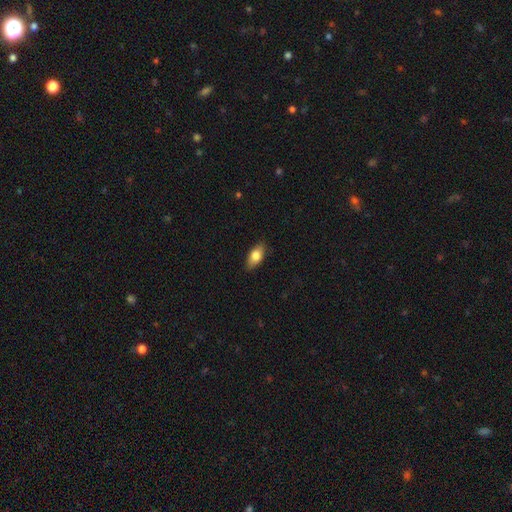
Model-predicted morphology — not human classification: This is likely a smooth galaxy (77%). How rounded: clearly in between (87%). Merging: clearly none (86%).